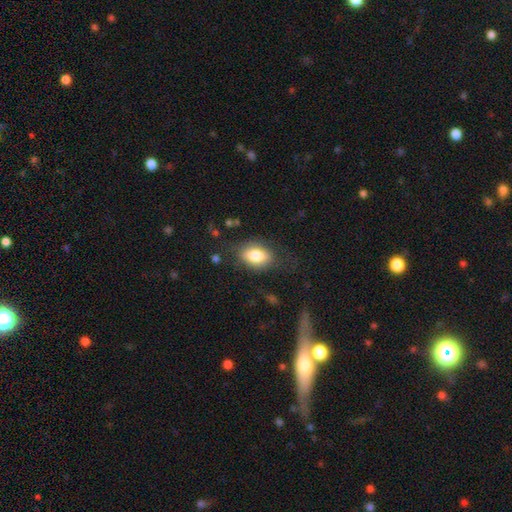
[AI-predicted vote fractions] smooth-or-featured: smooth: 77% | featured or disk: 15% | star or artifact: 8%
  how-rounded: in between: 82% | round: 16% | cigar-shaped: 2%
  merging: none: 71% | minor disturbance: 18% | major disturbance: 9% | merger: 2%